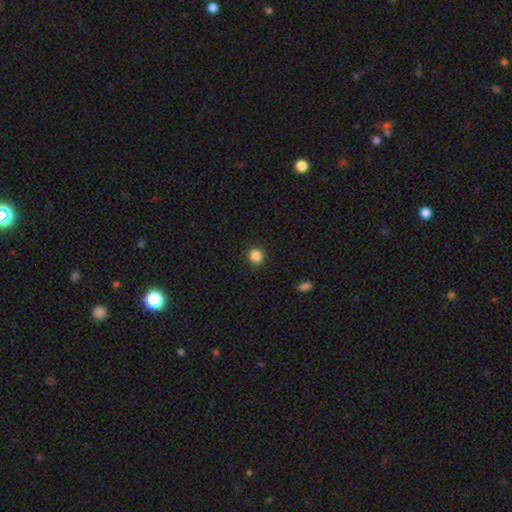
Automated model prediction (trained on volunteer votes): This is clearly a smooth galaxy (86%). How rounded: clearly round (94%). Merging: clearly none (91%).